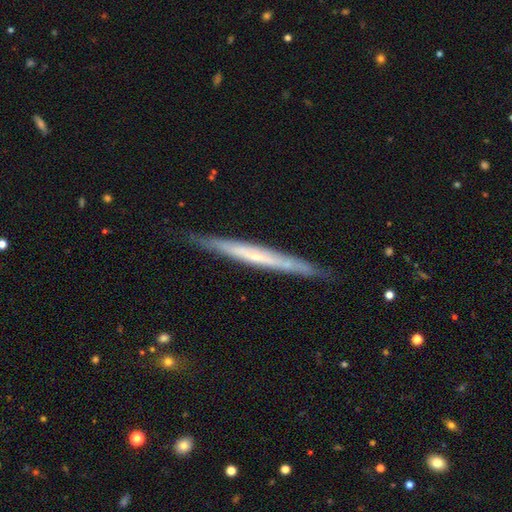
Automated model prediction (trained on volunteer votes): Q: Smooth or featured?
A: featured or disk (64%); runner-up: smooth (30%)
Q: Edge-on disk?
A: yes (93%); runner-up: no (7%)
Q: Edge-on bulge?
A: none (68%); runner-up: rounded (26%)
Q: Merging?
A: none (86%); runner-up: minor disturbance (11%)